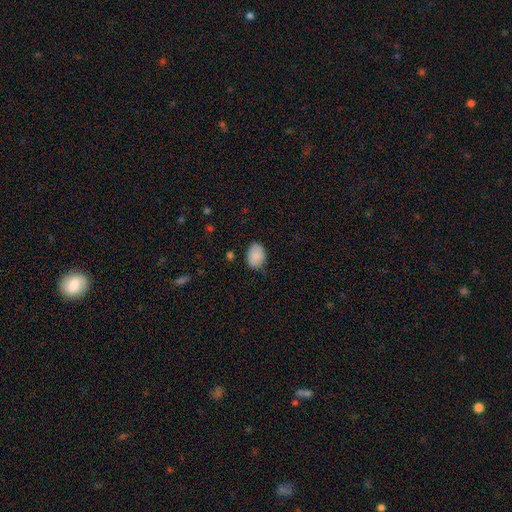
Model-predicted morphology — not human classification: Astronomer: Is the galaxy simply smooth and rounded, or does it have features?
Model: smooth — 87%.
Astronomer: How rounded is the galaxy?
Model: in between — 75%.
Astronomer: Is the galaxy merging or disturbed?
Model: none — 67%.